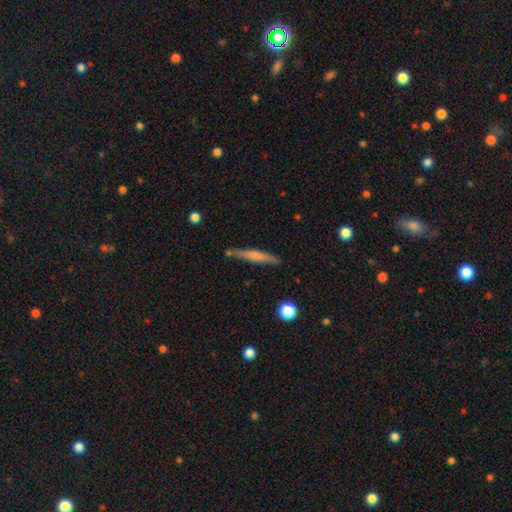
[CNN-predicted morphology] Smooth or featured?
  - smooth: 56% *
  - featured or disk: 37%
  - star or artifact: 6%
How rounded?
  - cigar-shaped: 93% *
  - in between: 5%
  - round: 2%
Merging?
  - none: 79% *
  - minor disturbance: 13%
  - merger: 5%
  - major disturbance: 3%